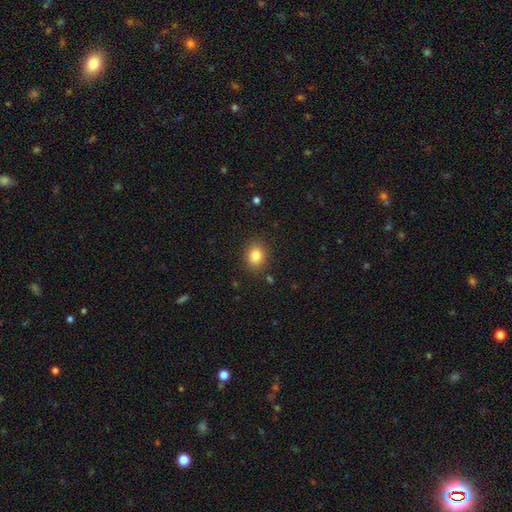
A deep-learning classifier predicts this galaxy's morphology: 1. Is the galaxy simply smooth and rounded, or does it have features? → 83% smooth, 10% star or artifact, 7% featured or disk.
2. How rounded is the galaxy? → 57% round, 42% in between, 1% cigar-shaped.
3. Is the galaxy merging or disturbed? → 87% none, 9% minor disturbance, 3% major disturbance, 1% merger.